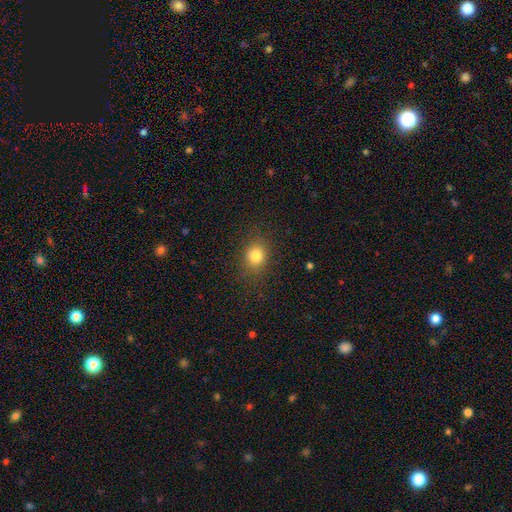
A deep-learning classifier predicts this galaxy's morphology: This is clearly a smooth galaxy (80%). How rounded: likely round (66%). Merging: clearly none (83%).